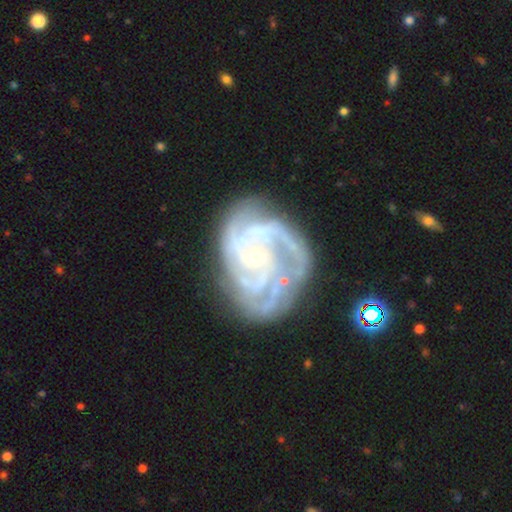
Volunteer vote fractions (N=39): smooth-or-featured: featured or disk: 97% | star or artifact: 3% | smooth: 0%
  disk-edge-on: no: 100% | yes: 0%
    bar: no: 79% | weak: 13% | strong: 8%
    has-spiral-arms: yes: 95% | no: 5%
      spiral-winding: tight: 56% | medium: 44% | loose: 0%
      spiral-arm-count: 4: 44% | 3: 39% | more than 4: 8% | can't tell: 6% | 2: 3% | 1: 0%
    bulge-size: small: 92% | moderate: 8% | dominant: 0% | large: 0% | none: 0%
  merging: none: 61% | minor disturbance: 29% | major disturbance: 8% | merger: 3%